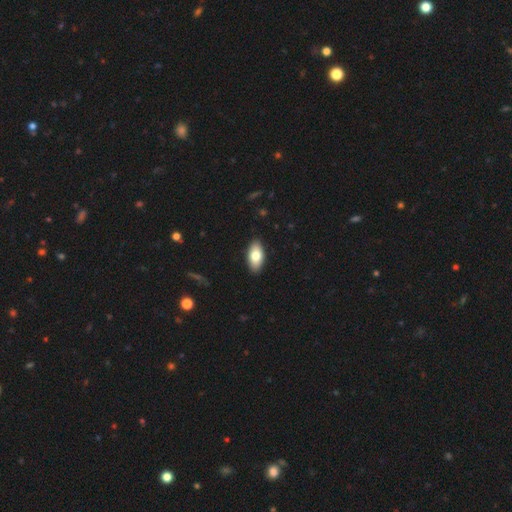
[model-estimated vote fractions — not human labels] Smooth or featured?
  - smooth: 78% *
  - featured or disk: 16%
  - star or artifact: 6%
How rounded?
  - in between: 92% *
  - cigar-shaped: 5%
  - round: 3%
Merging?
  - none: 89% *
  - minor disturbance: 8%
  - major disturbance: 2%
  - merger: 1%